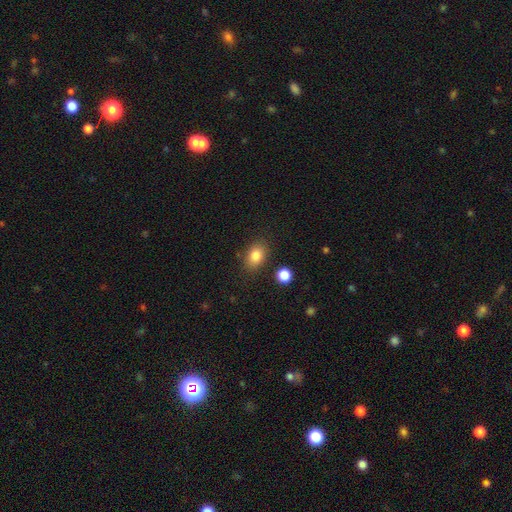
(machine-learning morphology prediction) Overall: smooth (83%). How rounded: in between (79%). Merging: none (82%).